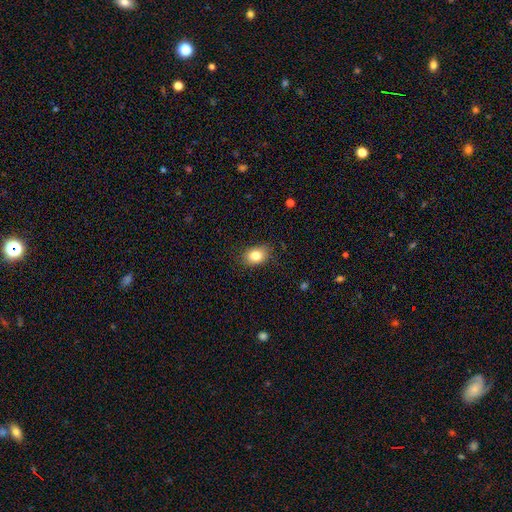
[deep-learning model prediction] smooth-or-featured: smooth: 83% | star or artifact: 9% | featured or disk: 8%
  how-rounded: in between: 70% | round: 29% | cigar-shaped: 1%
  merging: none: 83% | minor disturbance: 13% | major disturbance: 3% | merger: 1%